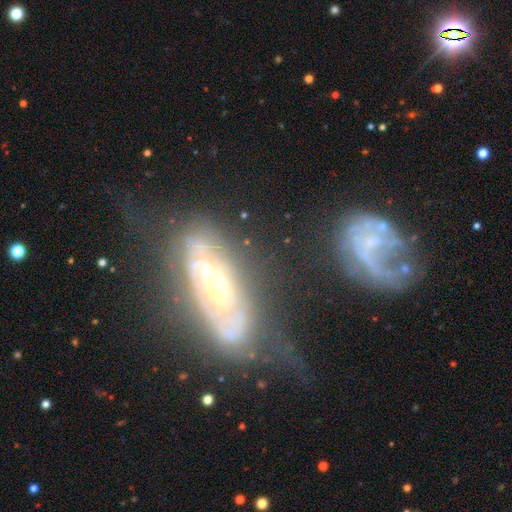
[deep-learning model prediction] smooth-or-featured: featured or disk: 75% | smooth: 16% | star or artifact: 9%
  disk-edge-on: no: 84% | yes: 16%
    bar: no: 61% | weak: 25% | strong: 14%
    has-spiral-arms: yes: 73% | no: 27%
    bulge-size: small: 50% | moderate: 35% | large: 7% | none: 6% | dominant: 2%
  merging: none: 46% | minor disturbance: 22% | major disturbance: 18% | merger: 14%